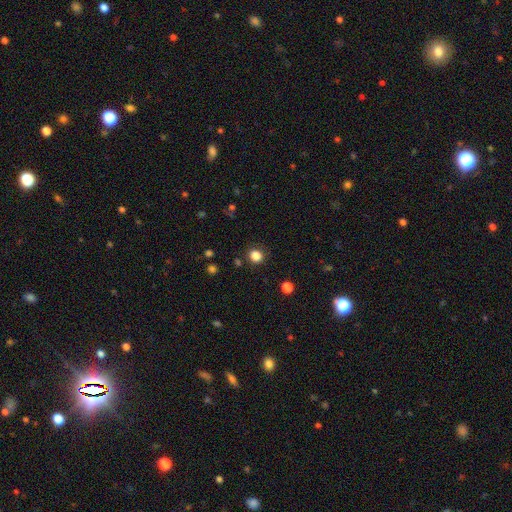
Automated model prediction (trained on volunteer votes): Smooth or featured? Predicted: smooth (p=0.84). How rounded? Predicted: round (p=0.85). Merging? Predicted: none (p=0.87).